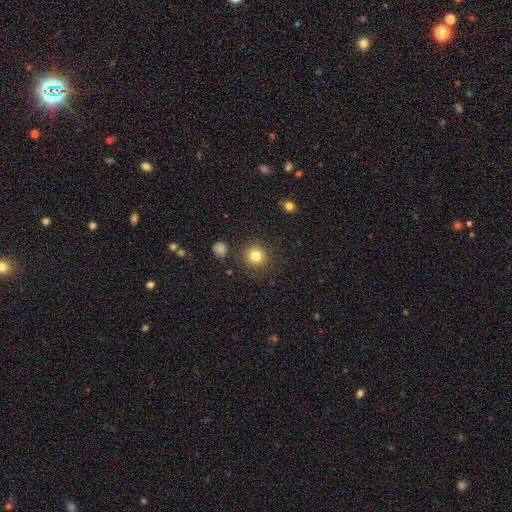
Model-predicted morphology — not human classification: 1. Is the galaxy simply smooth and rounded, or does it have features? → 82% smooth, 12% star or artifact, 7% featured or disk.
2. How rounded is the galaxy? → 93% round, 6% in between, 1% cigar-shaped.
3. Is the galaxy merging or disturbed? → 88% none, 7% minor disturbance, 3% major disturbance, 2% merger.